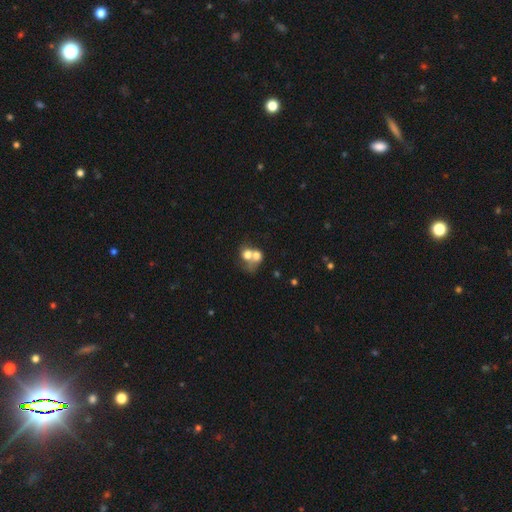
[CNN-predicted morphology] Smooth or featured? smooth (64%)
How rounded? round (63%)
Merging? merger (69%)